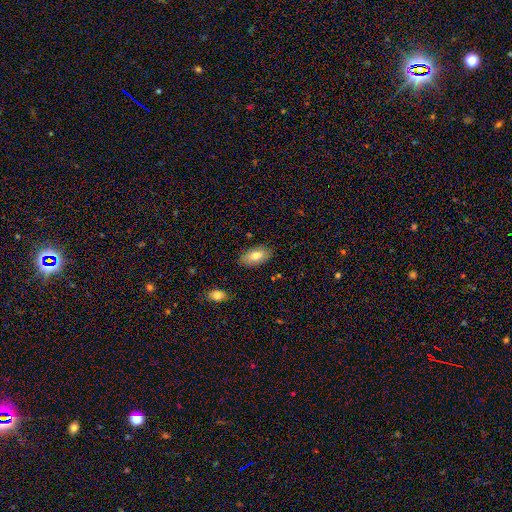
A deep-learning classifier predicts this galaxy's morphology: Q: Smooth or featured?
A: smooth (78%); runner-up: featured or disk (15%)
Q: How rounded?
A: in between (93%); runner-up: round (4%)
Q: Merging?
A: none (84%); runner-up: minor disturbance (12%)